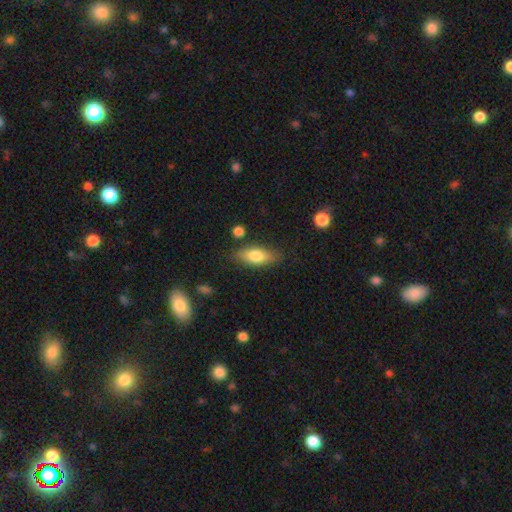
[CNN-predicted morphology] smooth_or_featured: smooth (p=0.74) [alt: featured or disk p=0.20]
how_rounded: in between (p=0.75) [alt: cigar-shaped p=0.21]
merging: none (p=0.79) [alt: minor disturbance p=0.15]